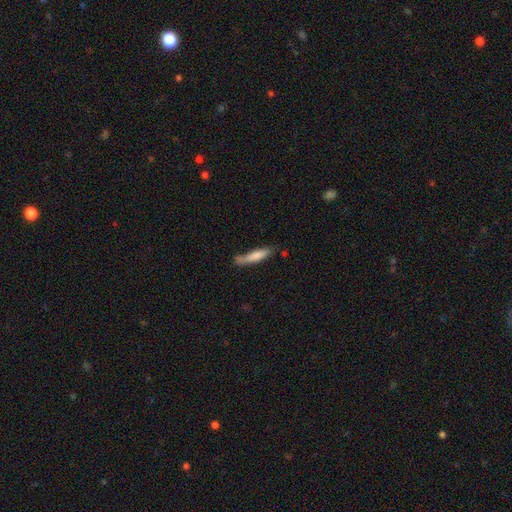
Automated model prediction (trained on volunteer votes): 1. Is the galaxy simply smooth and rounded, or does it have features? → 74% smooth, 20% featured or disk, 6% star or artifact.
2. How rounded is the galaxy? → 85% cigar-shaped, 13% in between, 1% round.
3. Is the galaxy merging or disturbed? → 59% none, 26% minor disturbance, 8% merger, 7% major disturbance.